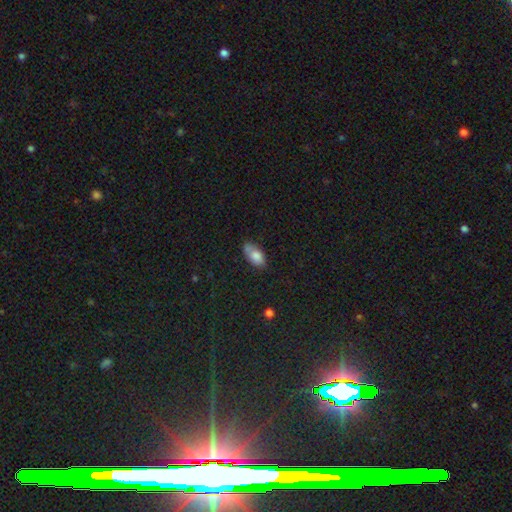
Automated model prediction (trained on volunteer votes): This is likely a smooth galaxy (79%). How rounded: clearly in between (90%). Merging: possibly none (58%).